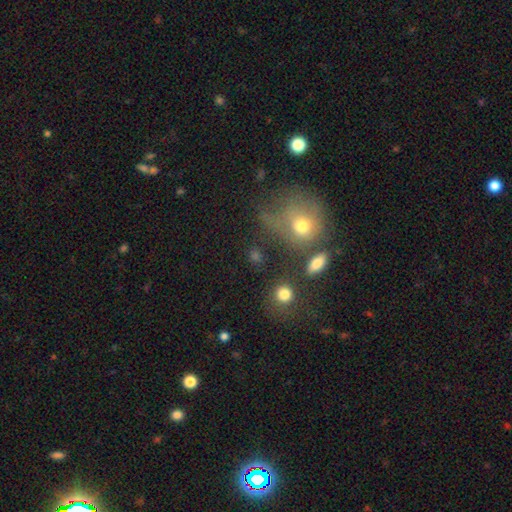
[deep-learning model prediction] This appears to be a smooth galaxy with no disk features (69%) that is round (68%). Merging: none (52%).